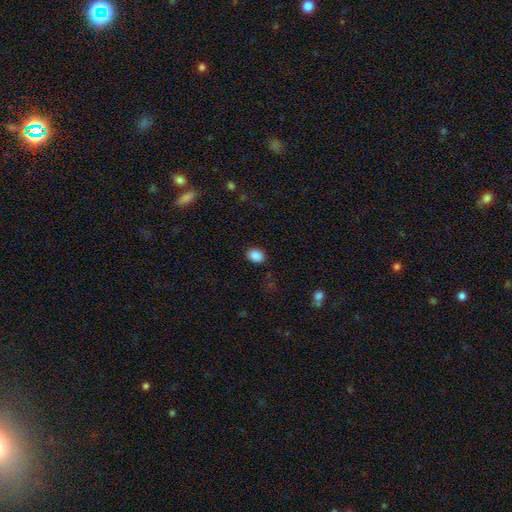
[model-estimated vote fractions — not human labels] A smooth galaxy with no disk features (88%) that is in between round and cigar-shaped (65%).

Vote fractions:
- Smooth or featured? smooth: 88% / star or artifact: 9% / featured or disk: 3%
- How rounded? in between: 65% / round: 35% / cigar-shaped: 1%
- Merging? none: 88% / minor disturbance: 9% / major disturbance: 3% / merger: 1%